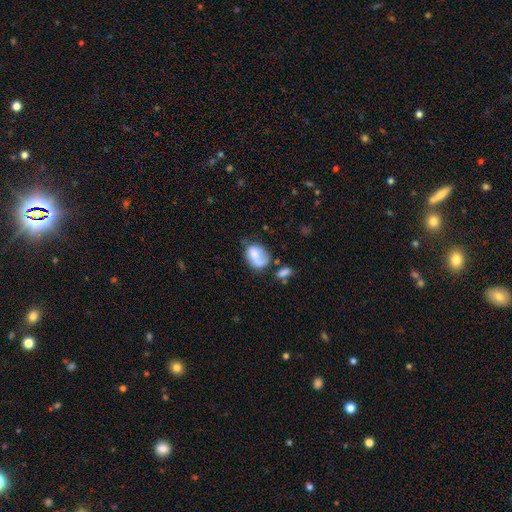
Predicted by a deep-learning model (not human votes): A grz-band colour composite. It shows a smooth galaxy with no disk features (64%) that is in between round and cigar-shaped (69%). Merging: none (34%).